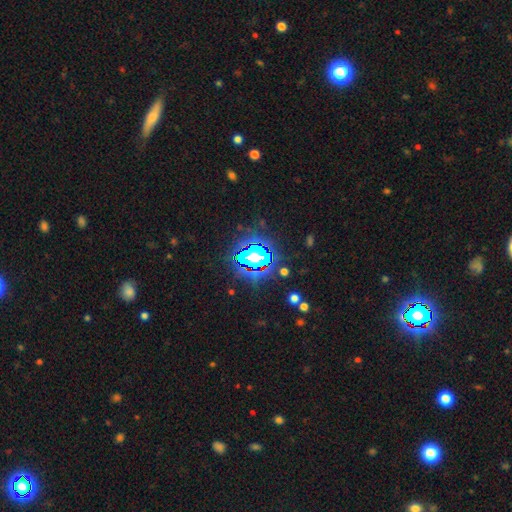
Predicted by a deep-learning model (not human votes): Q: Smooth or featured?
A: star or artifact (60%); runner-up: smooth (24%)